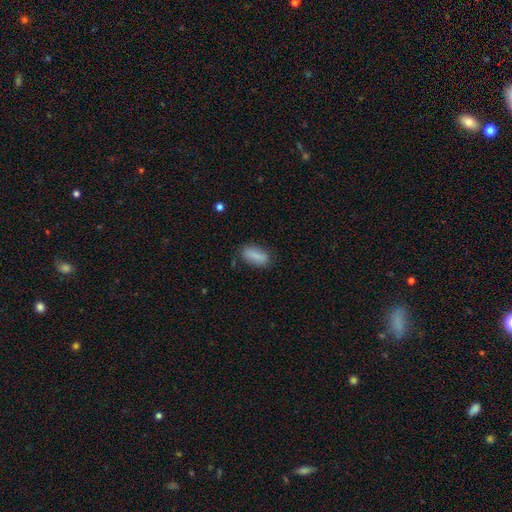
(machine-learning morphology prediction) The model was most divided on "merging": none: 79%, minor disturbance: 15%, major disturbance: 4%, merger: 2%. More confident: smooth or featured — smooth (86%); how rounded — in between (83%).